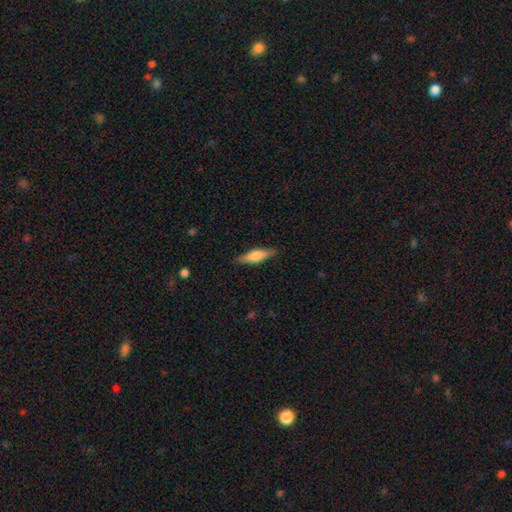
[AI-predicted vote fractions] Overall: smooth (56%; featured or disk 38%). How rounded: cigar-shaped (60%; in between 38%). Merging: none (87%).